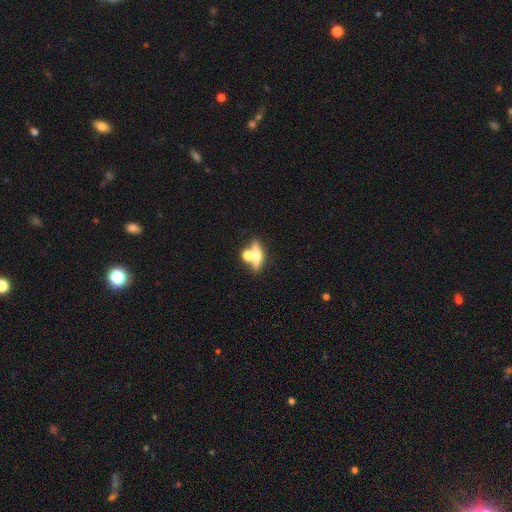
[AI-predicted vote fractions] The model was most divided on "smooth or featured" (2-way tie): smooth: 45%, featured or disk: 45%, star or artifact: 9%. Remaining: merging — none (47%).